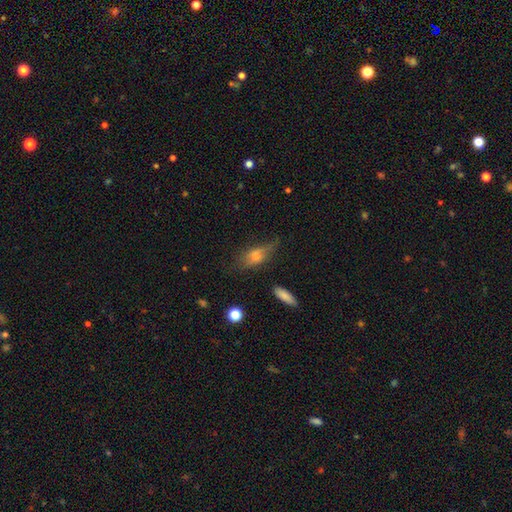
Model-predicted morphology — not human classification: Q: Smooth or featured?
A: smooth (59%); runner-up: featured or disk (30%)
Q: How rounded?
A: in between (72%); runner-up: cigar-shaped (21%)
Q: Merging?
A: none (47%); runner-up: minor disturbance (30%)